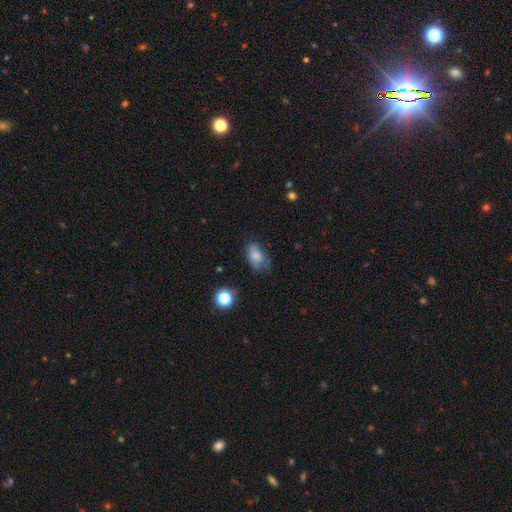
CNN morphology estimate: This appears to be a smooth galaxy with no disk features (78%) that is in between round and cigar-shaped (87%). Merging: none (54%).